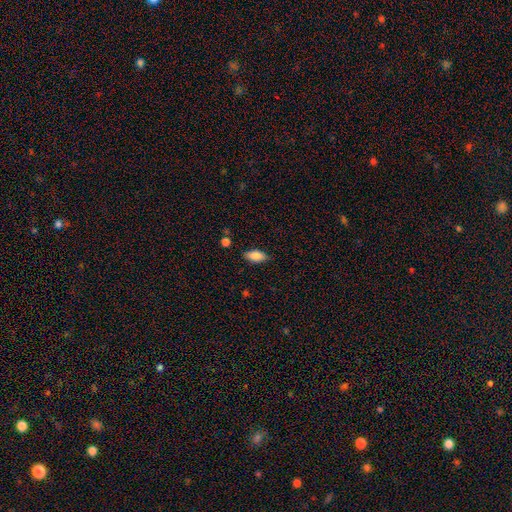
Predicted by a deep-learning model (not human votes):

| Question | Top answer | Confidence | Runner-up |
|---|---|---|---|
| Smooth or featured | smooth | 84% | featured or disk (9%) |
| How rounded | in between | 88% | cigar-shaped (9%) |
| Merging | none | 84% | minor disturbance (12%) |